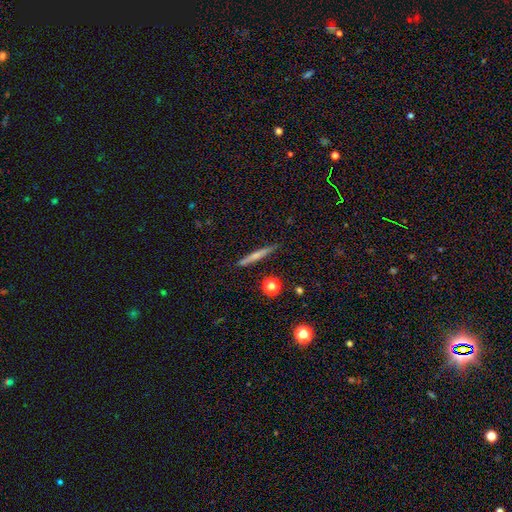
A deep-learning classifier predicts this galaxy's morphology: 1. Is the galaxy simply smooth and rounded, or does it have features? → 51% smooth, 41% featured or disk, 8% star or artifact.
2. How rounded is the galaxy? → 93% cigar-shaped, 4% in between, 3% round.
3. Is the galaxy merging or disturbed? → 87% none, 9% minor disturbance, 2% merger, 2% major disturbance.